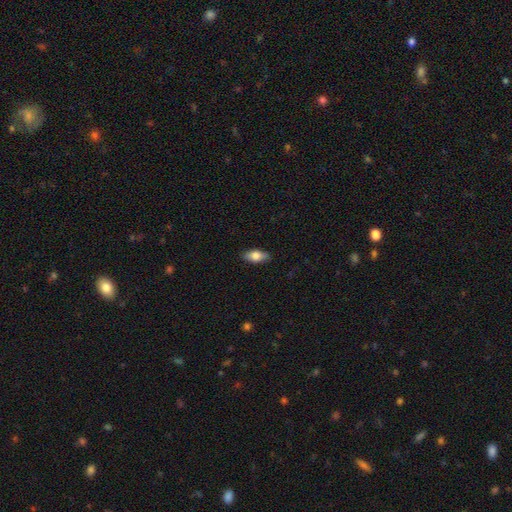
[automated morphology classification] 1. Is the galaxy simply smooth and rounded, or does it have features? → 75% smooth, 19% featured or disk, 6% star or artifact.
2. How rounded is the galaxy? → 83% in between, 14% cigar-shaped, 3% round.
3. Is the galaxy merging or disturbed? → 88% none, 9% minor disturbance, 2% major disturbance, 1% merger.